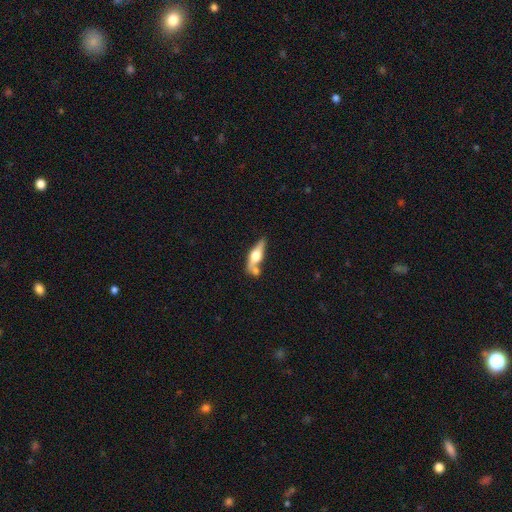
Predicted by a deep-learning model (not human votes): Smooth or featured?
  - featured or disk: 58% *
  - smooth: 36%
  - star or artifact: 6%
Edge-on disk?
  - yes: 89% *
  - no: 11%
Edge-on bulge?
  - rounded: 94% *
  - boxy: 4%
  - none: 2%
Merging?
  - none: 58% *
  - merger: 22%
  - minor disturbance: 14%
  - major disturbance: 5%